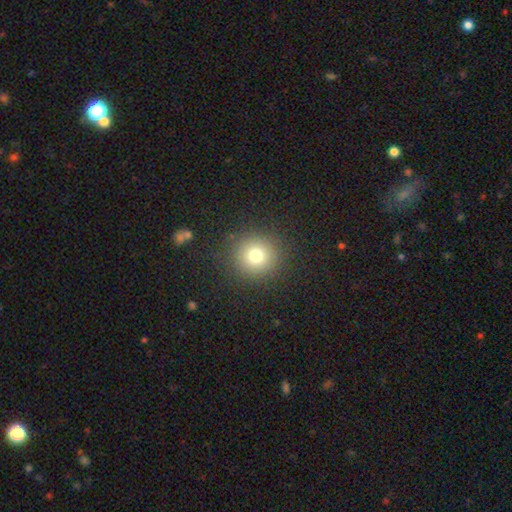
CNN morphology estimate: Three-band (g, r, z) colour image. It shows a smooth galaxy with no disk features (76%) that is round (93%). Merging: none (89%).